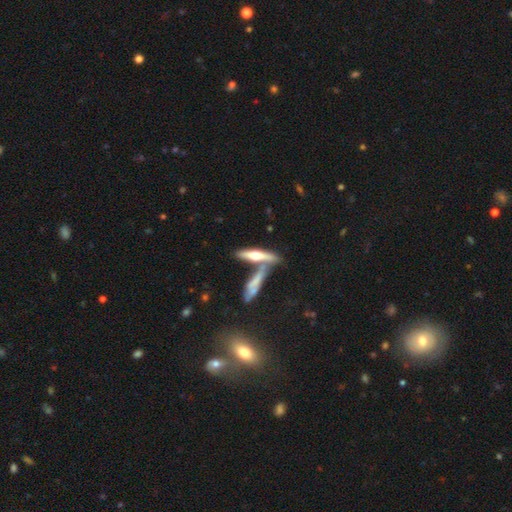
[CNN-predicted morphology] Q: Smooth or featured?
A: featured or disk (50%); runner-up: smooth (43%)
Q: Edge-on disk?
A: yes (88%); runner-up: no (12%)
Q: Merging?
A: none (49%); runner-up: merger (35%)